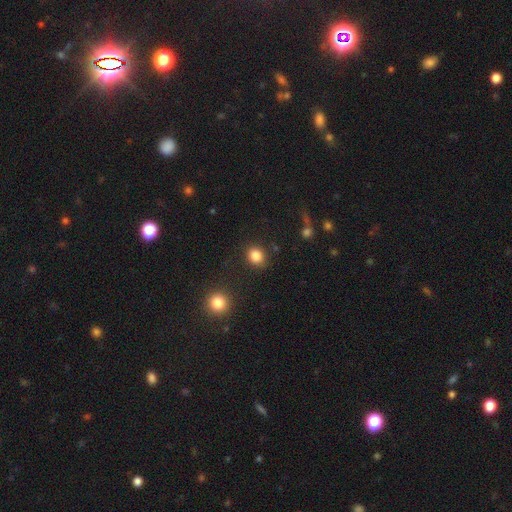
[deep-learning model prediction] smooth_or_featured: smooth (p=0.85) [alt: star or artifact p=0.10]
how_rounded: round (p=0.69) [alt: in between p=0.30]
merging: none (p=0.87) [alt: minor disturbance p=0.08]